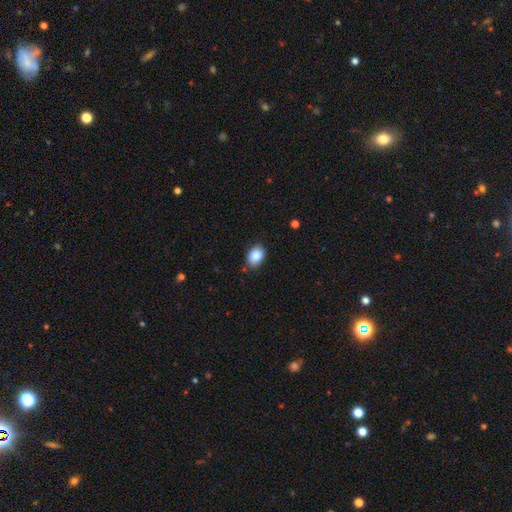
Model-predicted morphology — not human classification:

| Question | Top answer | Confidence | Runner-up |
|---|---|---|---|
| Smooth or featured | smooth | 87% | star or artifact (8%) |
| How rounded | in between | 71% | round (28%) |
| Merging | none | 83% | minor disturbance (13%) |